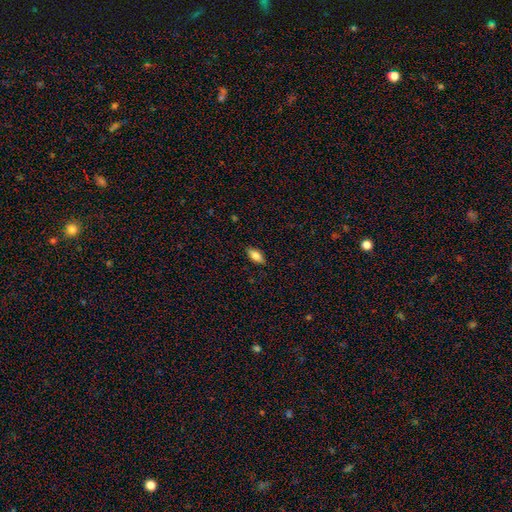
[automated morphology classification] This appears to be a smooth galaxy with no disk features (81%) that is in between round and cigar-shaped (87%). Merging: none (87%).